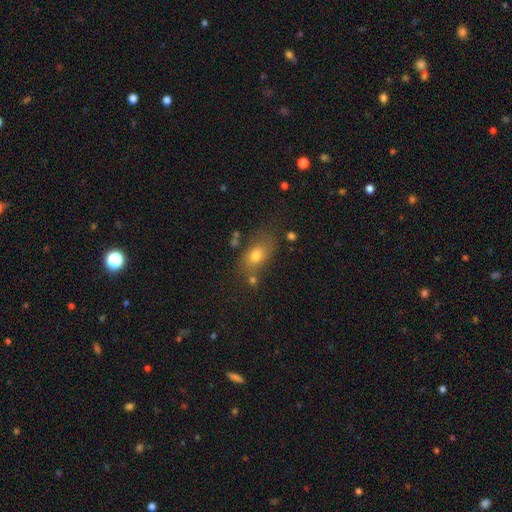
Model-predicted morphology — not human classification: smooth_or_featured: smooth (p=0.71) [alt: featured or disk p=0.16]
how_rounded: in between (p=0.77) [alt: round p=0.18]
merging: none (p=0.67) [alt: minor disturbance p=0.18]